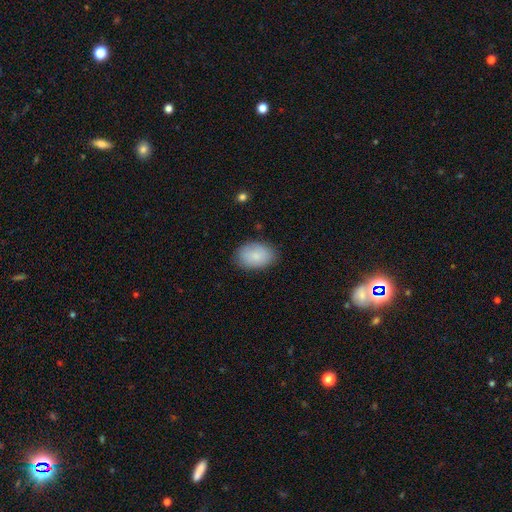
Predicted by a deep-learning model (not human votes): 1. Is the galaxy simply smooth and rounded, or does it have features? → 85% smooth, 9% featured or disk, 6% star or artifact.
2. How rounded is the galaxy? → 87% in between, 12% round, 1% cigar-shaped.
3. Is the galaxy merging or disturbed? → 84% none, 13% minor disturbance, 3% major disturbance, 1% merger.